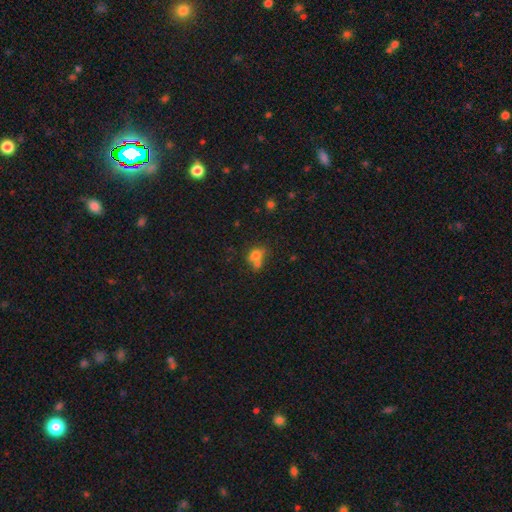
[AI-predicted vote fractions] Overall: smooth (69%). How rounded: in between (53%; round 45%). Merging: merger (51%; none 30%).